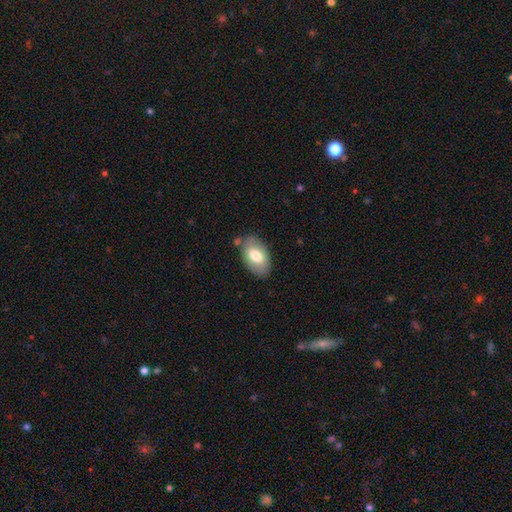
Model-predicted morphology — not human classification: type=smooth (71%); roundness=in between (93%); merging=none (77%).